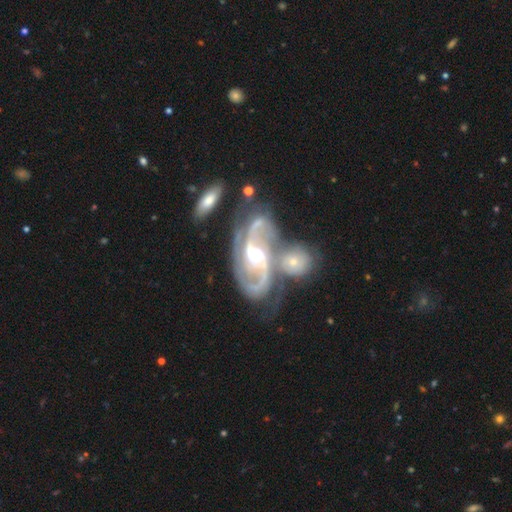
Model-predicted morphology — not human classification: Q: Smooth or featured?
A: featured or disk (91%); runner-up: smooth (5%)
Q: Edge-on disk?
A: no (96%); runner-up: yes (4%)
Q: Bar?
A: no (42%); runner-up: weak (36%)
Q: Spiral arms?
A: yes (96%); runner-up: no (4%)
Q: Spiral winding?
A: medium (53%); runner-up: loose (24%)
Q: Spiral arm count?
A: 2 (80%); runner-up: 3 (7%)
Q: Bulge size?
A: moderate (72%); runner-up: small (16%)
Q: Merging?
A: none (36%); runner-up: merger (35%)